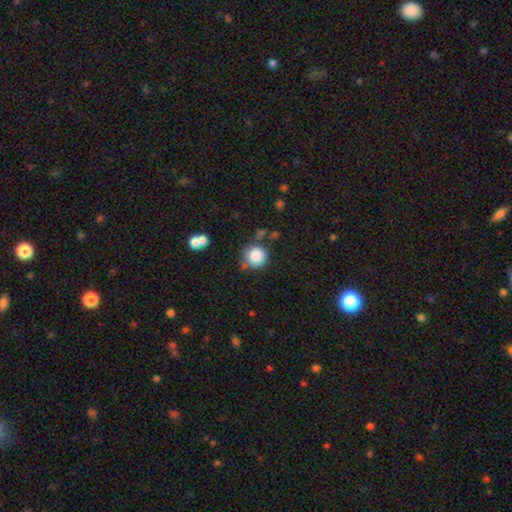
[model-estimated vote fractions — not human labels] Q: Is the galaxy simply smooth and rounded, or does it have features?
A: smooth — 84%.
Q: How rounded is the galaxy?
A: round — 93%.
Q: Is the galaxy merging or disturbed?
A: none — 69%.